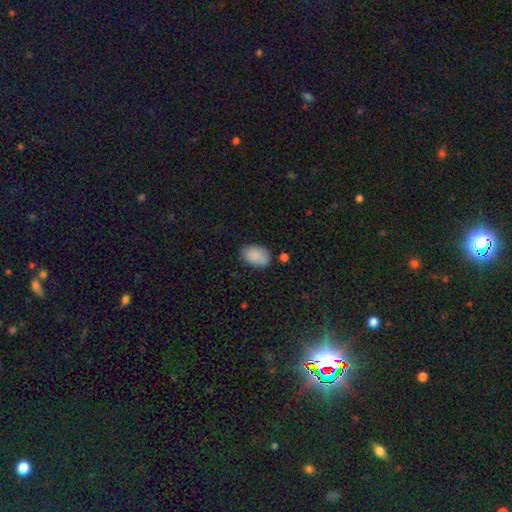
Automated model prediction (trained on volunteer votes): Smooth or featured: smooth — 88% (star or artifact — 8%)
How rounded: in between — 88% (round — 10%)
Merging: none — 72% (minor disturbance — 21%)